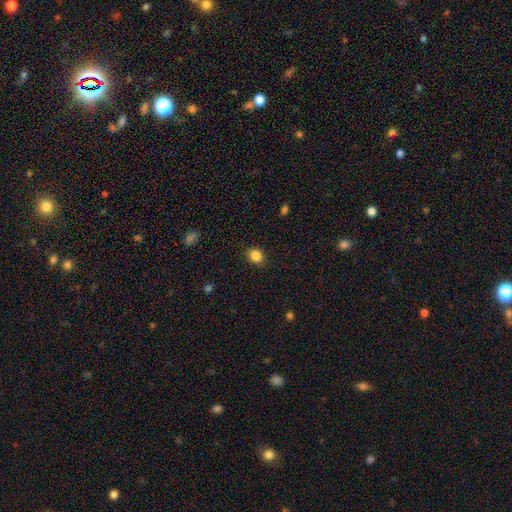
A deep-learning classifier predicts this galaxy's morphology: Overall: smooth (86%). How rounded: round (54%; in between 45%). Merging: none (88%).